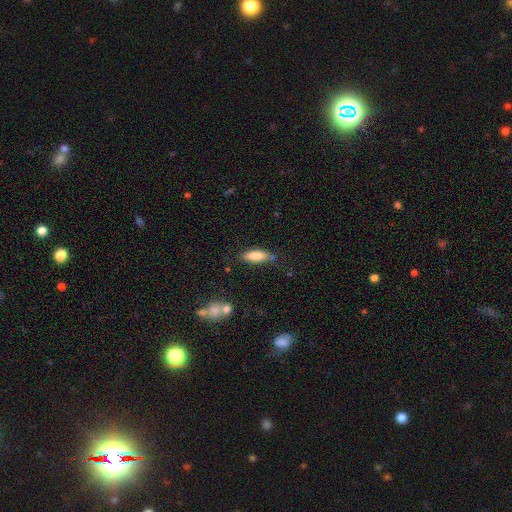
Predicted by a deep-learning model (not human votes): Smooth or featured: smooth — 78% (featured or disk — 16%)
How rounded: in between — 61% (cigar-shaped — 36%)
Merging: none — 73% (minor disturbance — 19%)